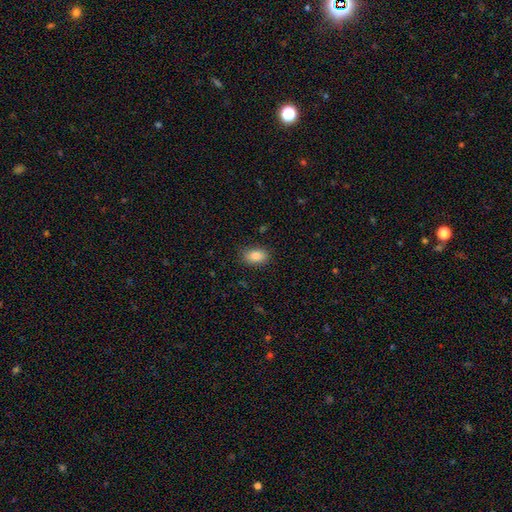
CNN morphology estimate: smooth-or-featured: smooth: 86% | star or artifact: 8% | featured or disk: 6%
  how-rounded: in between: 86% | round: 12% | cigar-shaped: 2%
  merging: none: 85% | minor disturbance: 11% | major disturbance: 3% | merger: 1%